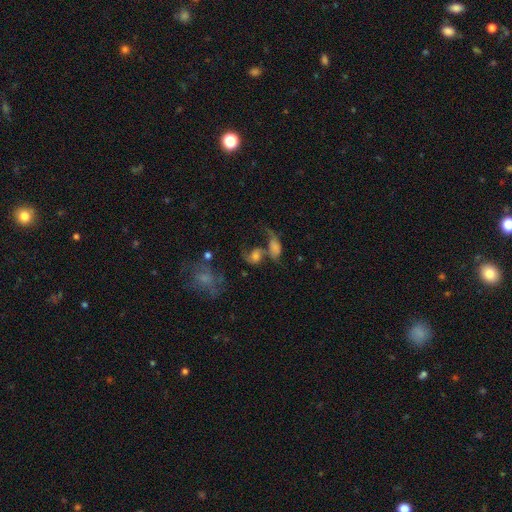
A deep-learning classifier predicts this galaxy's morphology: This appears to be a smooth galaxy with no disk features (48%). Merging: merger (46%).